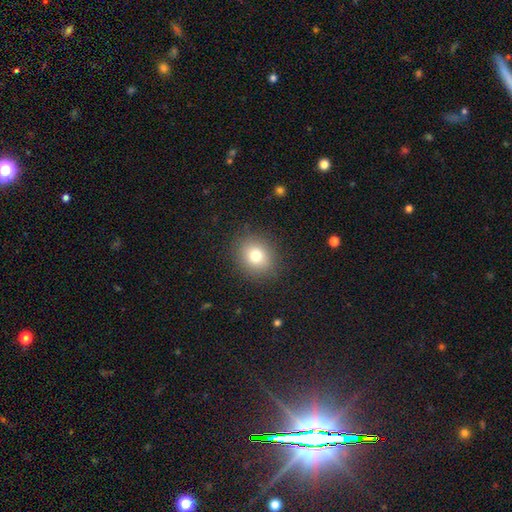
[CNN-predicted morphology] Smooth or featured: smooth — 78% (star or artifact — 12%)
How rounded: round — 71% (in between — 28%)
Merging: none — 88% (minor disturbance — 8%)